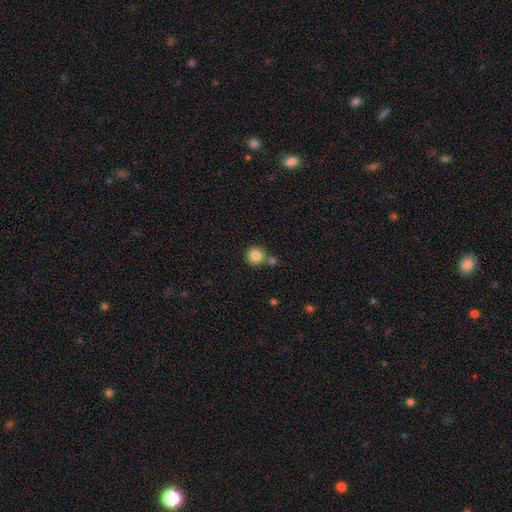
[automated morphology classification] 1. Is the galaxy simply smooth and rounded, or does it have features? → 83% smooth, 10% star or artifact, 7% featured or disk.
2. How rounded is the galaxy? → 93% round, 6% in between, 1% cigar-shaped.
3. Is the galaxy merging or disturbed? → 69% none, 19% merger, 9% minor disturbance, 3% major disturbance.